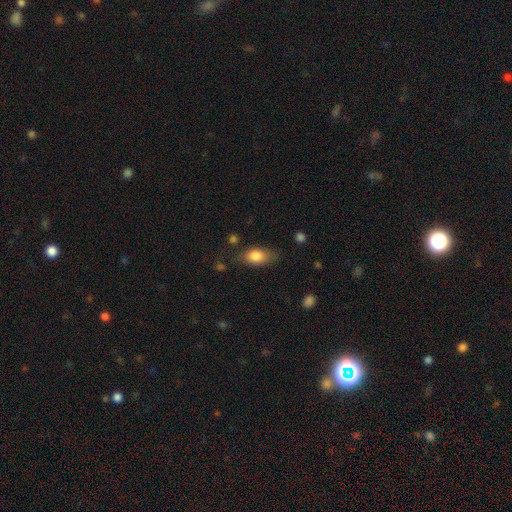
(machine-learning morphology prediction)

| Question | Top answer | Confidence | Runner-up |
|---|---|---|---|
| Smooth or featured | smooth | 81% | featured or disk (12%) |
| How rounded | in between | 84% | round (9%) |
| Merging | none | 69% | minor disturbance (21%) |